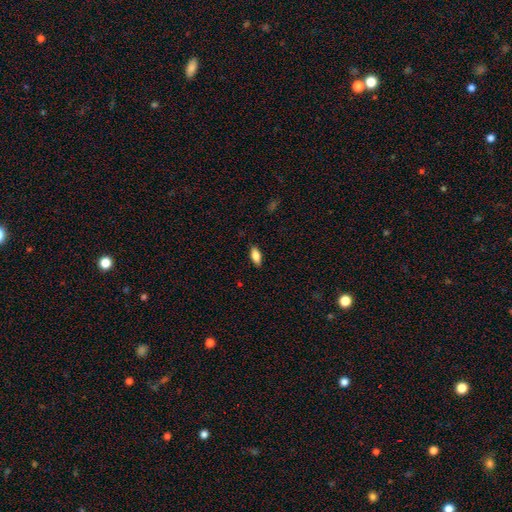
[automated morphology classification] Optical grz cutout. It shows a smooth galaxy with no disk features (84%) that is in between round and cigar-shaped (86%). Merging: none (88%).